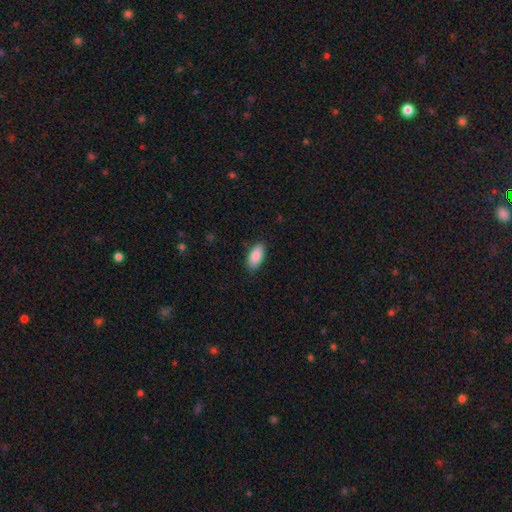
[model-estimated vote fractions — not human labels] Smooth or featured?
  - smooth: 89% *
  - star or artifact: 6%
  - featured or disk: 5%
How rounded?
  - in between: 93% *
  - cigar-shaped: 5%
  - round: 2%
Merging?
  - none: 87% *
  - minor disturbance: 10%
  - major disturbance: 2%
  - merger: 1%